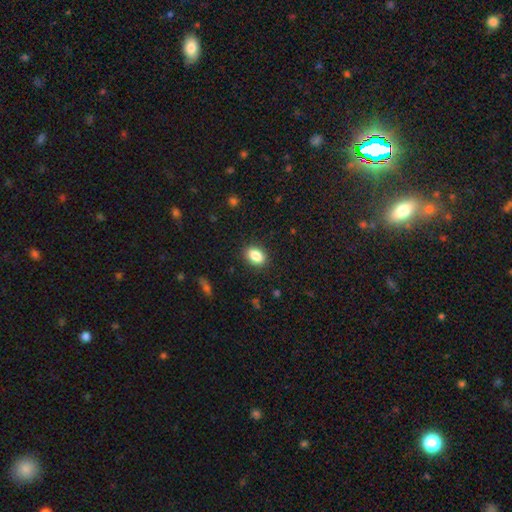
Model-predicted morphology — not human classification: Smooth or featured? Predicted: smooth (p=0.87). How rounded? Predicted: in between (p=0.80). Merging? Predicted: none (p=0.88).